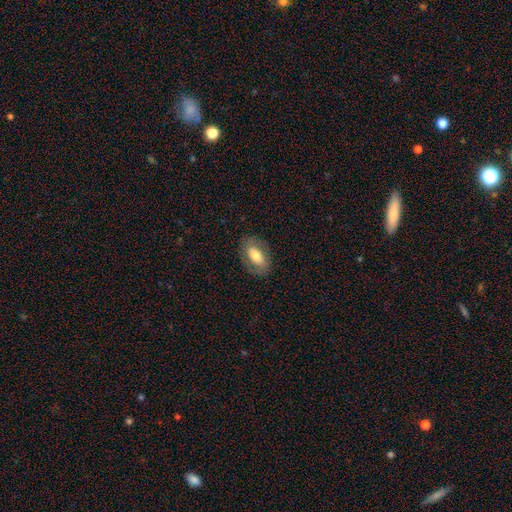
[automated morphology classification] Smooth or featured? Predicted: smooth (p=0.60). How rounded? Predicted: in between (p=0.91). Merging? Predicted: none (p=0.82).